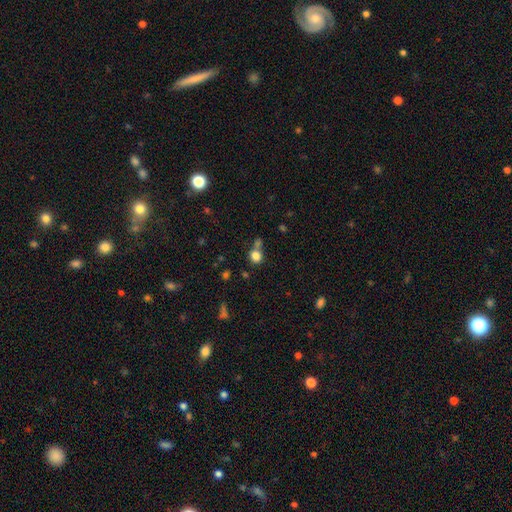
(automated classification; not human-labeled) Smooth or featured? Predicted: smooth (p=0.82). How rounded? Predicted: round (p=0.82). Merging? Predicted: none (p=0.56).